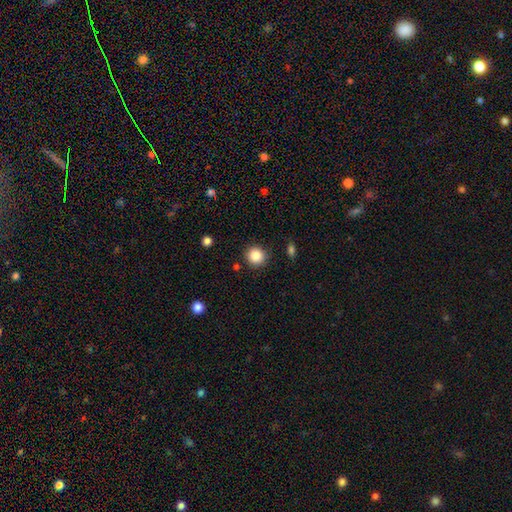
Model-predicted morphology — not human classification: A smooth galaxy with no disk features (87%) that is round (93%). Merging: none (89%).